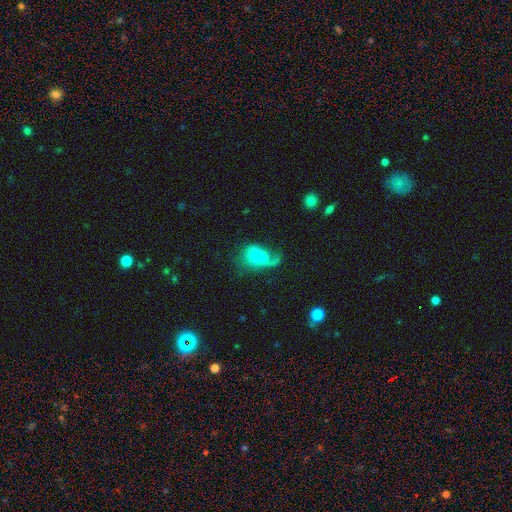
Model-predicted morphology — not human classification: smooth_or_featured: smooth (p=0.50) [alt: featured or disk p=0.40]
merging: major disturbance (p=0.45) [alt: none p=0.25]